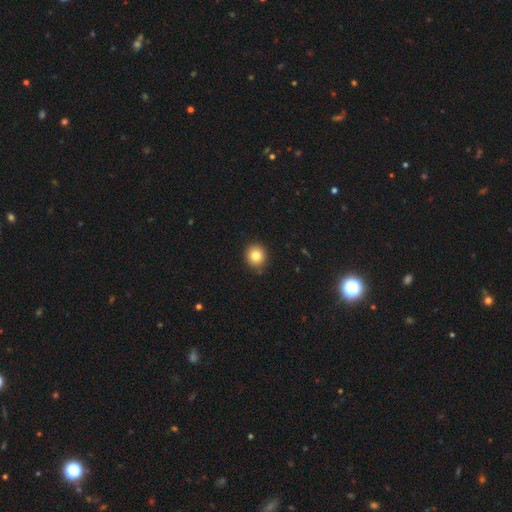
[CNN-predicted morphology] Overall: smooth (81%). How rounded: round (86%). Merging: none (89%).